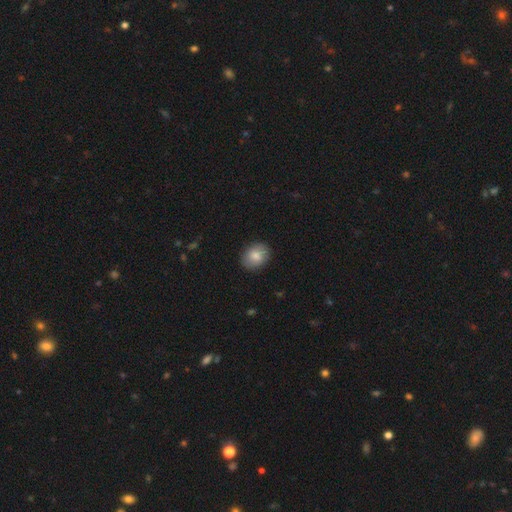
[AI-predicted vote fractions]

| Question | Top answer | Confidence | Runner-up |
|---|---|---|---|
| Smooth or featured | smooth | 82% | featured or disk (11%) |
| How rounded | in between | 54% | round (45%) |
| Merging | none | 88% | minor disturbance (9%) |